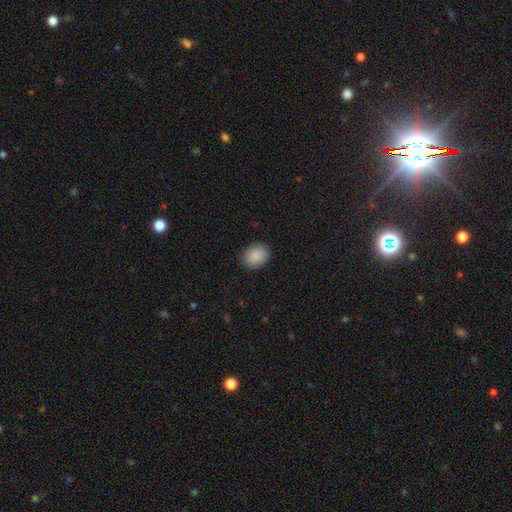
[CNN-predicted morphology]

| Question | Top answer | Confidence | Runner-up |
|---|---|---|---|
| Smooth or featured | smooth | 89% | star or artifact (8%) |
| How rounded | in between | 54% | round (45%) |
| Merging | none | 89% | minor disturbance (8%) |